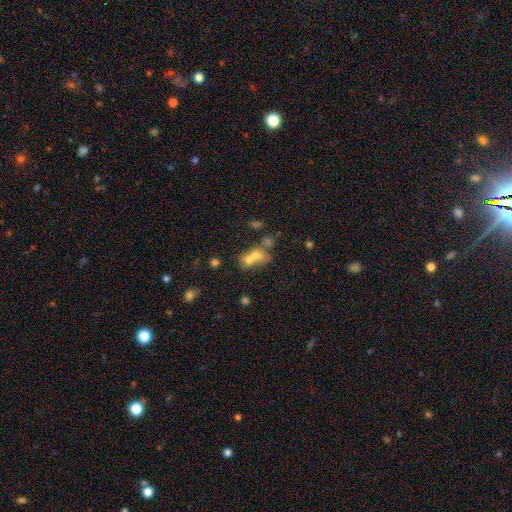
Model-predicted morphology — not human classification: This appears to be a smooth galaxy with no disk features (60%) that is in between round and cigar-shaped (49%, tied with round). Merging: merger (67%).